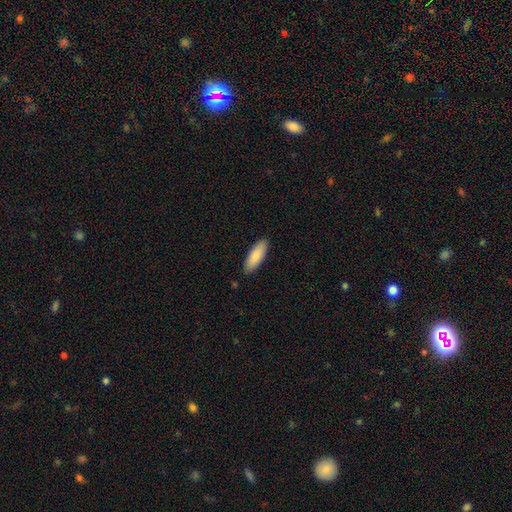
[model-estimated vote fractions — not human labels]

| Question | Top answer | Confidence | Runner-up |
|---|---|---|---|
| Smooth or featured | smooth | 85% | featured or disk (9%) |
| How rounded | in between | 64% | cigar-shaped (35%) |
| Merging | none | 87% | minor disturbance (10%) |